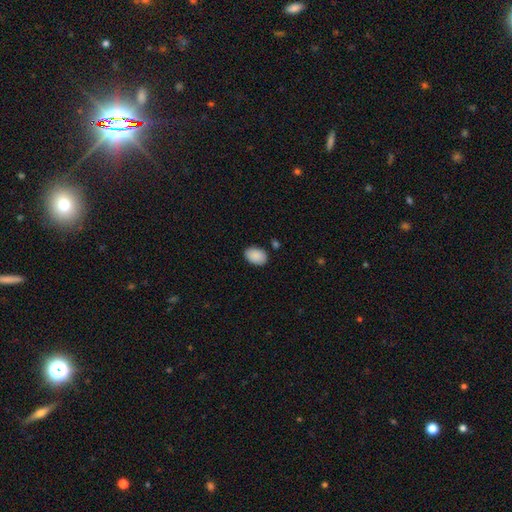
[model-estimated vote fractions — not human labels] A smooth galaxy with no disk features (90%) that is in between round and cigar-shaped (86%).

Vote fractions:
- Smooth or featured? smooth: 90% / star or artifact: 7% / featured or disk: 4%
- How rounded? in between: 86% / round: 13% / cigar-shaped: 1%
- Merging? none: 85% / minor disturbance: 10% / merger: 2% / major disturbance: 2%